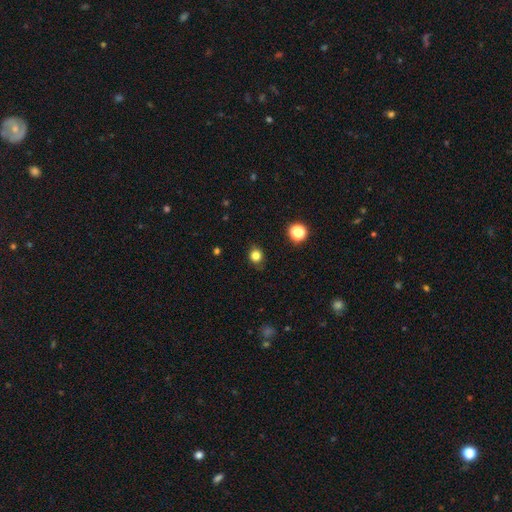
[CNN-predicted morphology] smooth 81%, star or artifact 13%, featured or disk 5%. Down the decision tree: how rounded — round (79%); merging — none (84%).